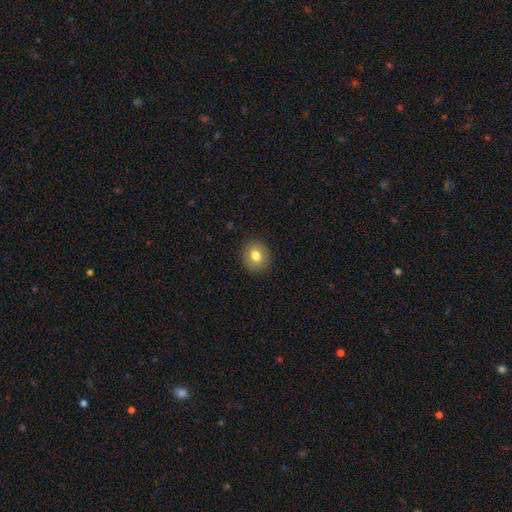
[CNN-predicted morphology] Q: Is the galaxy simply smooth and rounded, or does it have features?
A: smooth — 79%.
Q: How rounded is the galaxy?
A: round — 83%.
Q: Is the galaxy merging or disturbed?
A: none — 91%.